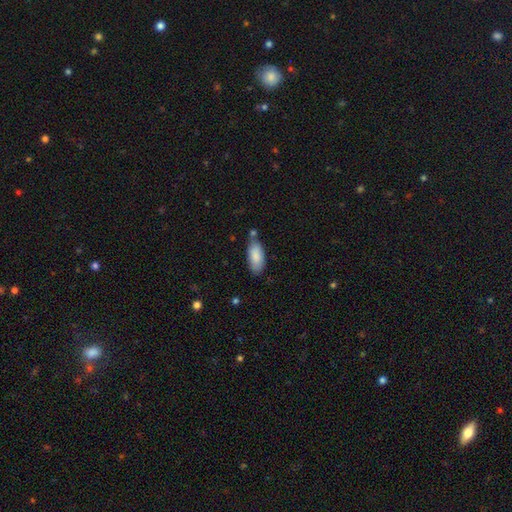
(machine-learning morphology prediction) This appears to be a smooth galaxy with no disk features (85%) that is in between round and cigar-shaped (86%). Merging: none (64%).